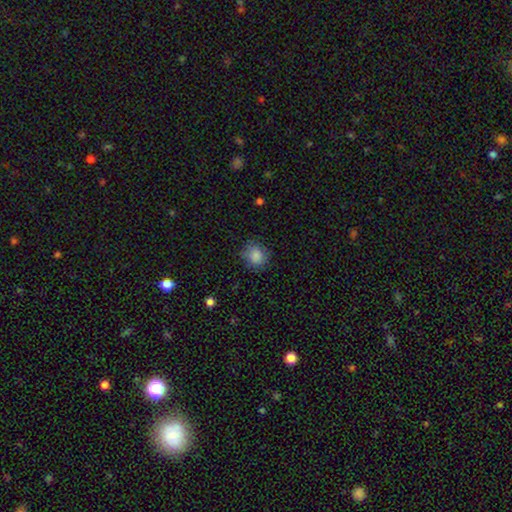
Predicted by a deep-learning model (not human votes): Smooth or featured? smooth (86%)
How rounded? round (78%)
Merging? none (81%)